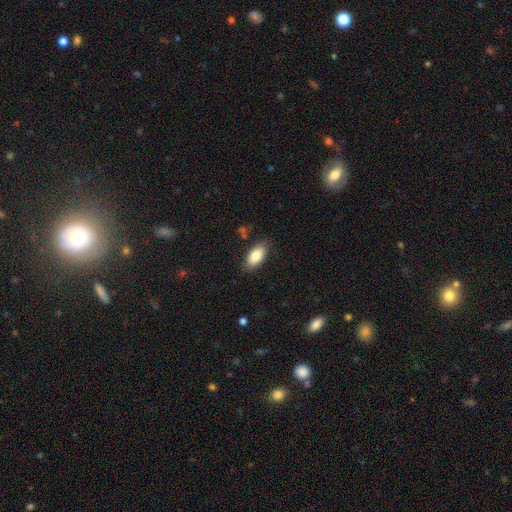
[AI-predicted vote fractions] Morphology: type=smooth (84%); roundness=in between (93%); merging=none (82%).